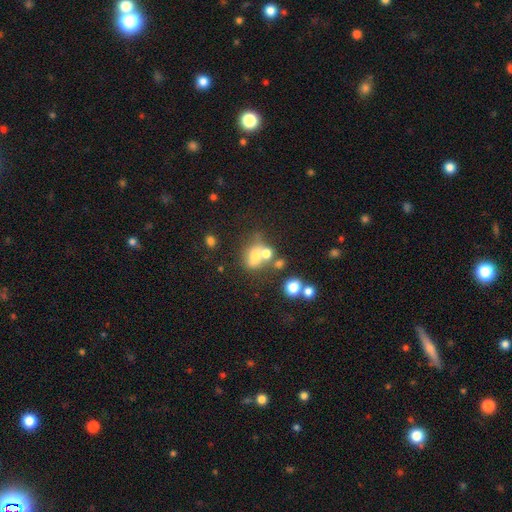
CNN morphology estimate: Smooth or featured? Predicted: smooth (p=0.64). How rounded? Predicted: round (p=0.52). Merging? Predicted: merger (p=0.42).